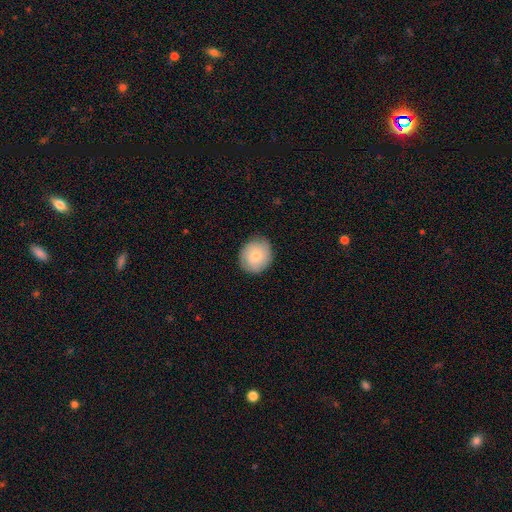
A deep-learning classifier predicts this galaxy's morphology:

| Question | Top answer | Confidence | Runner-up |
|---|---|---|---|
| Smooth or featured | smooth | 80% | featured or disk (13%) |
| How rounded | round | 78% | in between (21%) |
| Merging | none | 84% | minor disturbance (13%) |